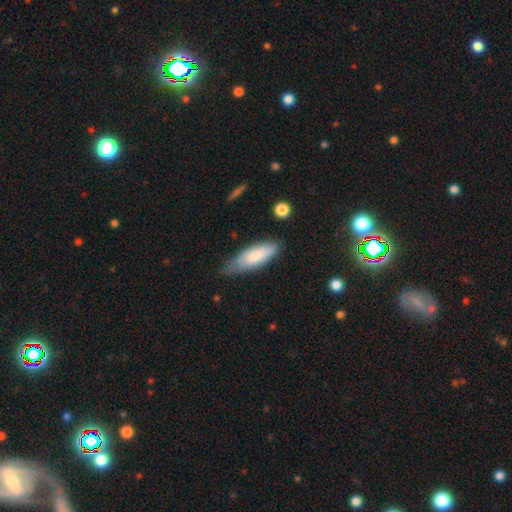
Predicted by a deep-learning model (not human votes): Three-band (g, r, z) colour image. It shows a smooth galaxy with no disk features (77%) that is in between round and cigar-shaped (62%). Merging: none (54%).